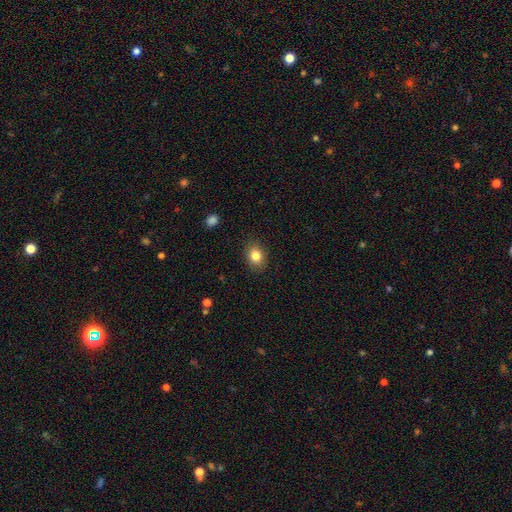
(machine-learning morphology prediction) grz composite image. It shows a smooth galaxy with no disk features (83%) that is in between round and cigar-shaped (52%). Merging: none (87%).